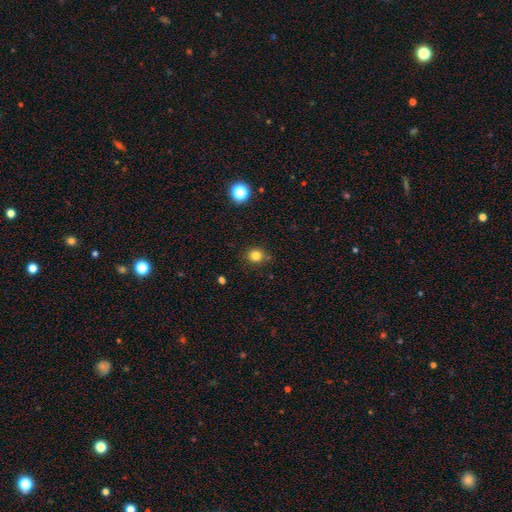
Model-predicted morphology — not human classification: Smooth or featured? Predicted: smooth (p=0.82). How rounded? Predicted: round (p=0.83). Merging? Predicted: none (p=0.84).